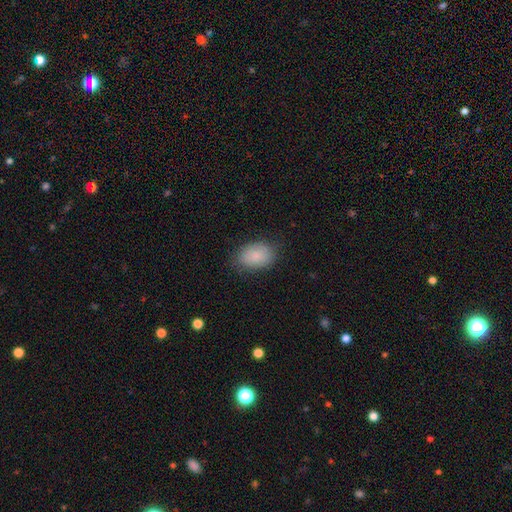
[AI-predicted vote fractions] A smooth galaxy with no disk features (85%) that is in between round and cigar-shaped (82%). Merging: none (79%).